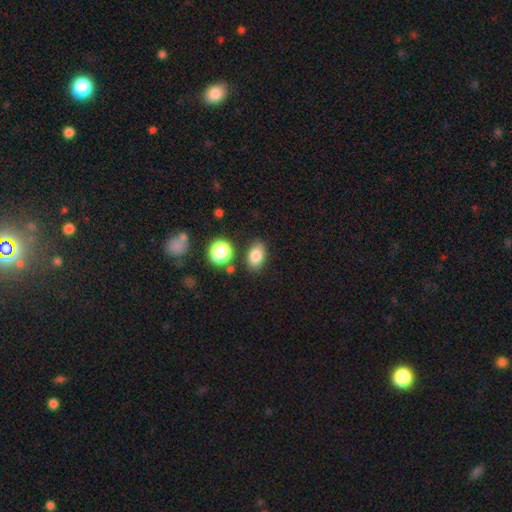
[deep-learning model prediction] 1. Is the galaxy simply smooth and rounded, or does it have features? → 80% smooth, 11% star or artifact, 8% featured or disk.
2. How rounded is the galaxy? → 82% in between, 16% round, 2% cigar-shaped.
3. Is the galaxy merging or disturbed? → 80% none, 12% minor disturbance, 5% merger, 3% major disturbance.